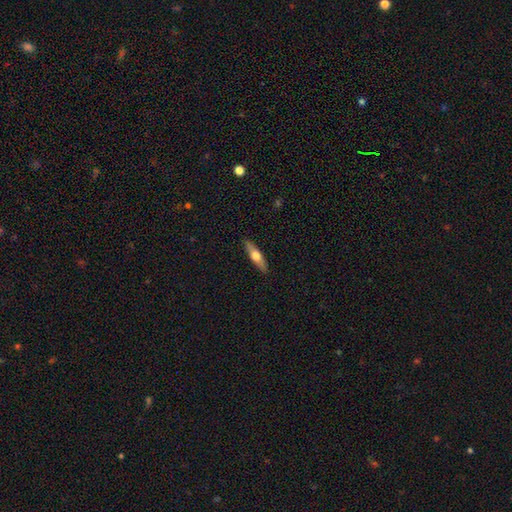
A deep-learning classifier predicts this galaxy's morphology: Smooth or featured: smooth — 48% (featured or disk — 46%)
Merging: none — 89% (minor disturbance — 8%)